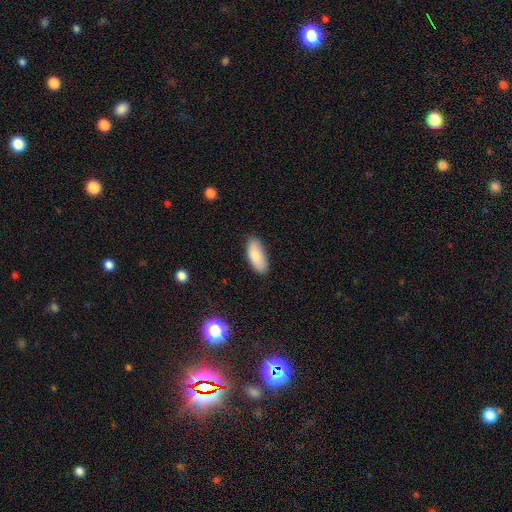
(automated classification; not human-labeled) Smooth or featured?
  - smooth: 86% *
  - featured or disk: 8%
  - star or artifact: 6%
How rounded?
  - in between: 84% *
  - cigar-shaped: 14%
  - round: 2%
Merging?
  - none: 81% *
  - minor disturbance: 16%
  - major disturbance: 3%
  - merger: 1%